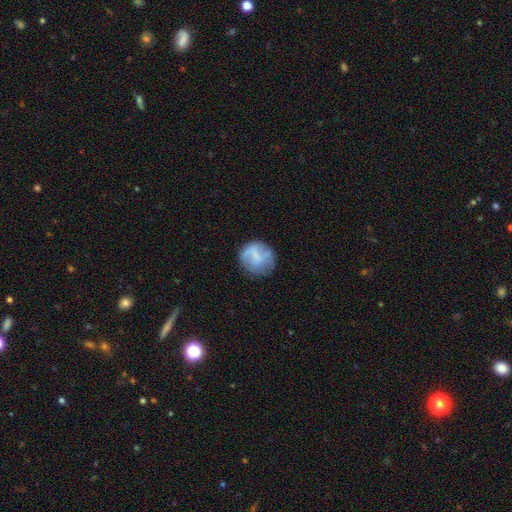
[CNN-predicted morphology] smooth_or_featured: smooth (p=0.56) [alt: featured or disk p=0.36]
how_rounded: round (p=0.84) [alt: in between p=0.15]
merging: none (p=0.64) [alt: minor disturbance p=0.22]